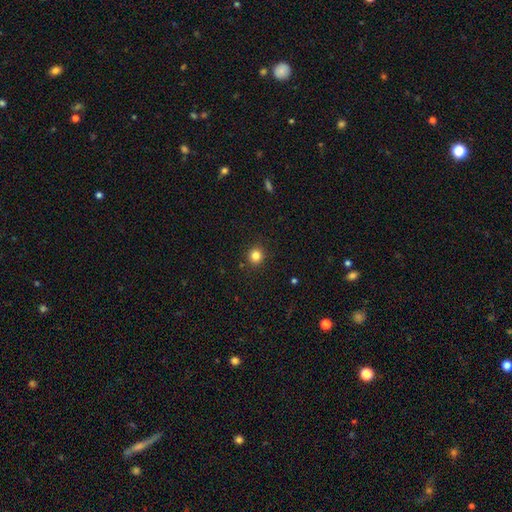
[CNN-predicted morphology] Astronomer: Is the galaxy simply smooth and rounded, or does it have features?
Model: smooth — 82%.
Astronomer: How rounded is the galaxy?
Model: round — 93%.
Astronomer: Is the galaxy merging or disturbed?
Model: none — 91%.